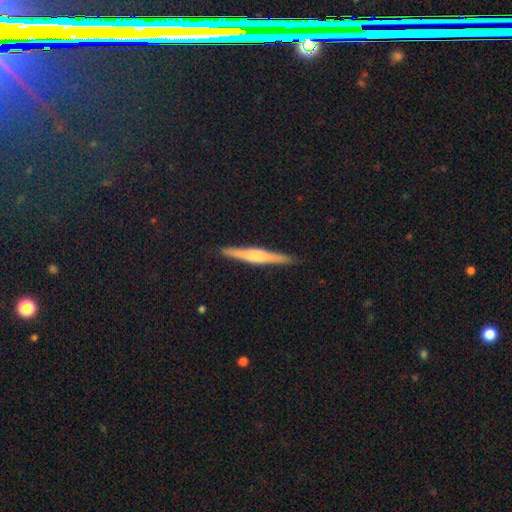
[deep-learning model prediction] Smooth or featured: featured or disk — 60% (smooth — 34%)
Edge-on disk: yes — 98% (no — 2%)
Edge-on bulge: rounded — 57% (boxy — 24%)
Merging: none — 90% (minor disturbance — 7%)